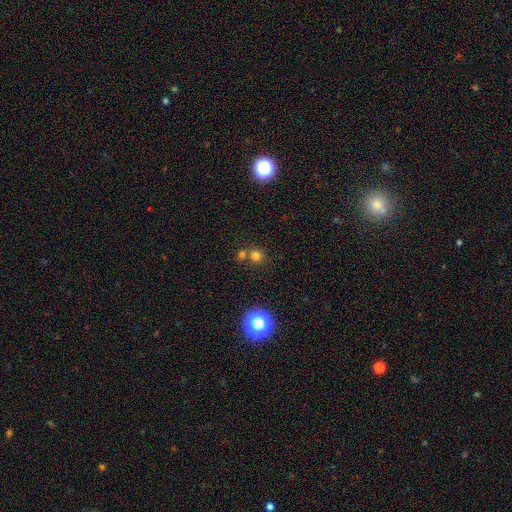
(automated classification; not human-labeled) smooth-or-featured: smooth: 72% | star or artifact: 21% | featured or disk: 7%
  how-rounded: round: 88% | in between: 11% | cigar-shaped: 1%
  merging: none: 61% | merger: 29% | minor disturbance: 7% | major disturbance: 3%